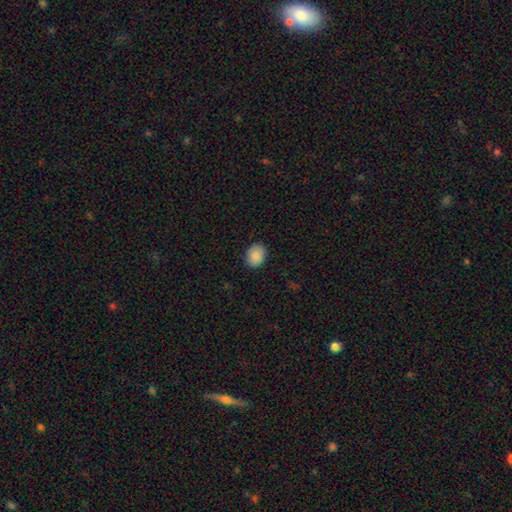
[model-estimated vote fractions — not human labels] Smooth or featured? Predicted: smooth (p=0.89). How rounded? Predicted: in between (p=0.53). Merging? Predicted: none (p=0.87).